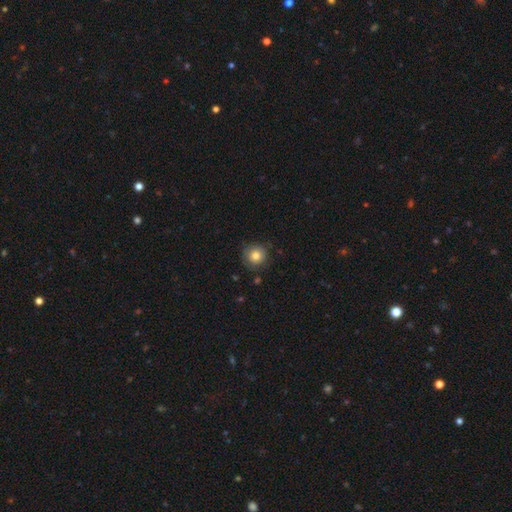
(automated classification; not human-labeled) Smooth or featured? smooth (81%)
How rounded? round (93%)
Merging? none (82%)